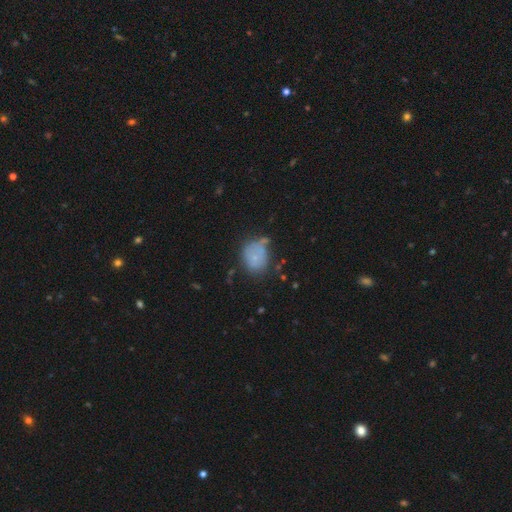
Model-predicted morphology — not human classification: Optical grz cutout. It shows a smooth galaxy with no disk features (68%) that is round (55%). Merging: none (48%).